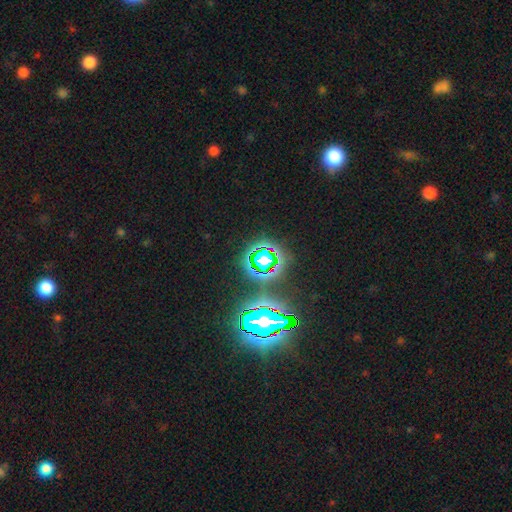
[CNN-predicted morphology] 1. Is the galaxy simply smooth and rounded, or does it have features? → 68% star or artifact, 18% smooth, 14% featured or disk.